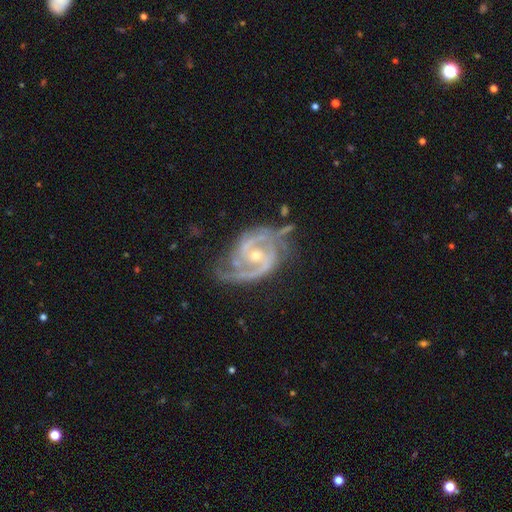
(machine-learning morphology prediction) Q: Smooth or featured?
A: featured or disk (91%); runner-up: star or artifact (5%)
Q: Edge-on disk?
A: no (98%); runner-up: yes (2%)
Q: Bar?
A: no (44%); runner-up: weak (40%)
Q: Spiral arms?
A: yes (98%); runner-up: no (2%)
Q: Spiral winding?
A: medium (55%); runner-up: tight (33%)
Q: Spiral arm count?
A: 2 (79%); runner-up: 3 (9%)
Q: Bulge size?
A: small (55%); runner-up: moderate (42%)
Q: Merging?
A: none (62%); runner-up: minor disturbance (24%)